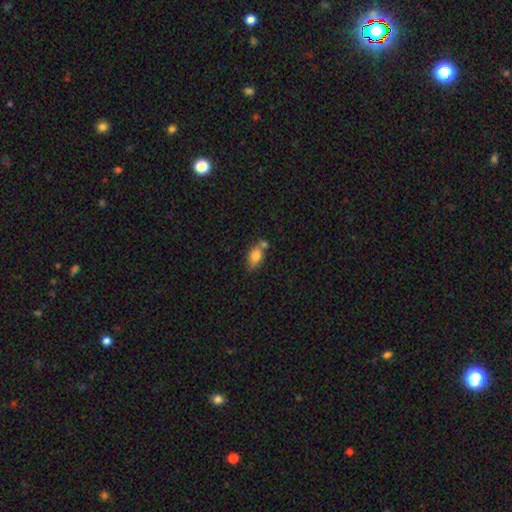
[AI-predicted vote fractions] Smooth or featured? smooth (78%)
How rounded? in between (82%)
Merging? none (45%)